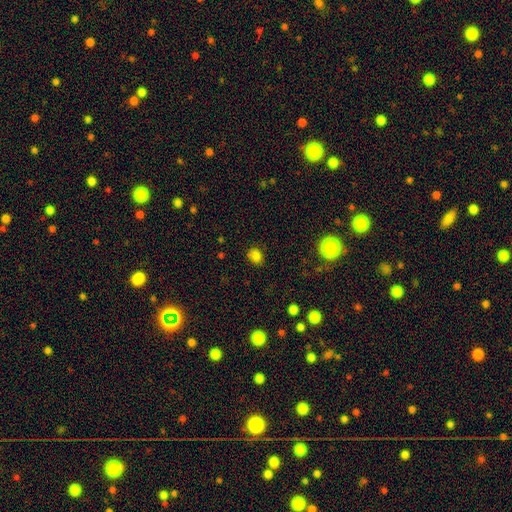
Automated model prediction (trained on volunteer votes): Smooth or featured: smooth — 79% (star or artifact — 16%)
How rounded: round — 51% (in between — 48%)
Merging: none — 82% (minor disturbance — 13%)